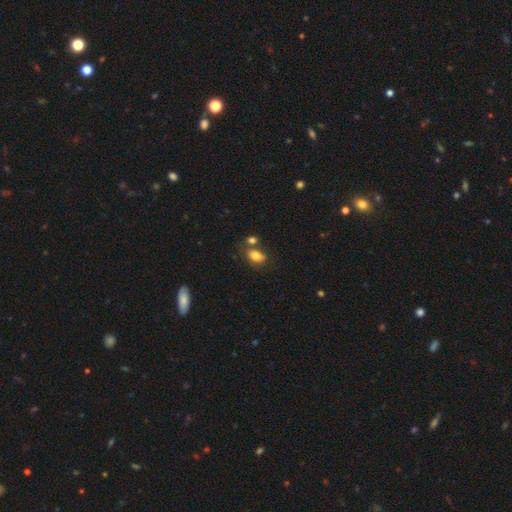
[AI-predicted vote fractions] Morphology: type=smooth (81%); roundness=in between (83%); merging=none (60%).